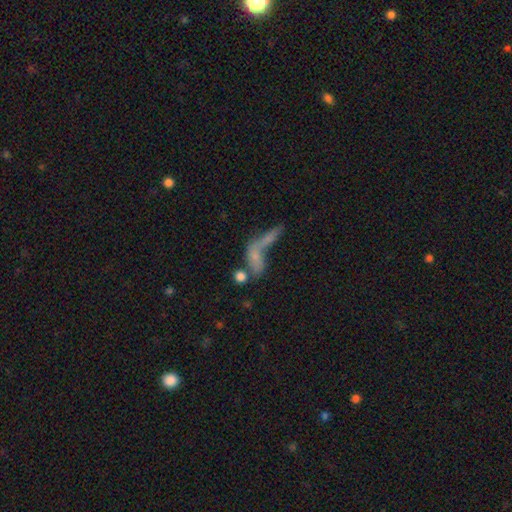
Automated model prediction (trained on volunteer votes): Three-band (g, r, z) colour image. It shows a smooth galaxy with no disk features (59%) that is in between round and cigar-shaped (55%). Merging: merger (56%).